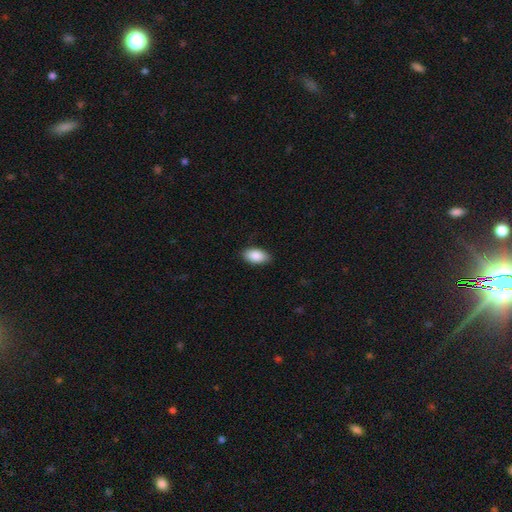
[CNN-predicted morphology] The model was most divided on "merging": none: 85%, minor disturbance: 12%, major disturbance: 2%, merger: 1%. More confident: how rounded — in between (94%); smooth or featured — smooth (88%).